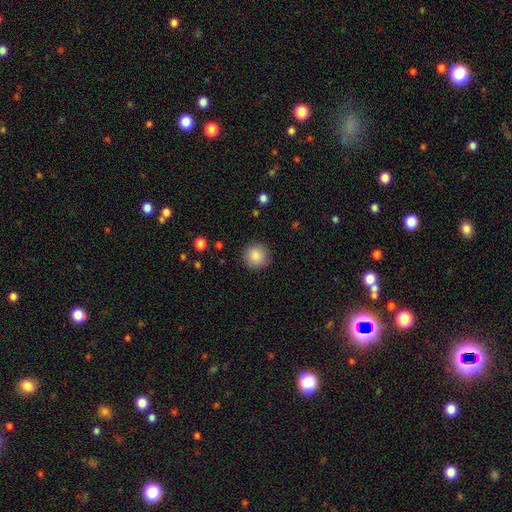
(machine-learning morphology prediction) Smooth or featured?
  - smooth: 87% *
  - star or artifact: 8%
  - featured or disk: 5%
How rounded?
  - round: 94% *
  - in between: 5%
  - cigar-shaped: 1%
Merging?
  - none: 90% *
  - minor disturbance: 7%
  - major disturbance: 2%
  - merger: 1%